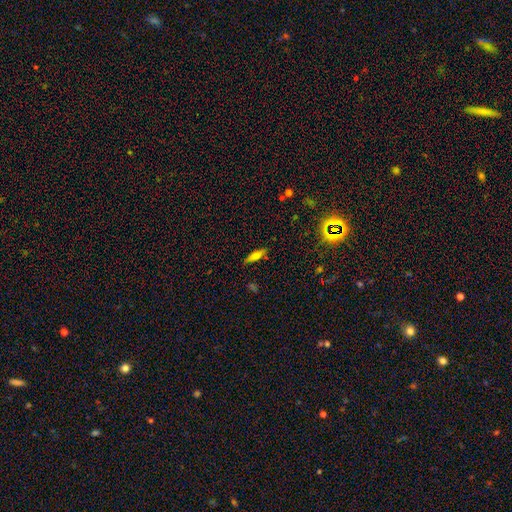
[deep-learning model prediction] A smooth galaxy with no disk features (56%) that is cigar-shaped (55%). Merging: none (83%).